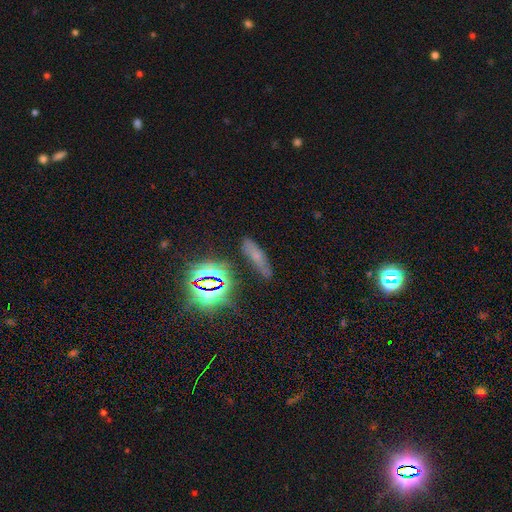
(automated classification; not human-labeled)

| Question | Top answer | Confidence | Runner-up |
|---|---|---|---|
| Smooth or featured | smooth | 46% | star or artifact (32%) |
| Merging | none | 72% | minor disturbance (18%) |